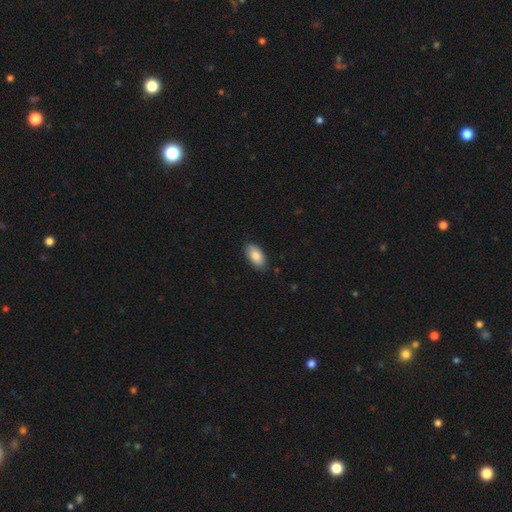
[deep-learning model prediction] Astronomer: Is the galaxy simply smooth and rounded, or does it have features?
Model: smooth — 86%.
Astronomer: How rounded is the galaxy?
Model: in between — 94%.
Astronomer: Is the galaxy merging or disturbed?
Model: none — 85%.